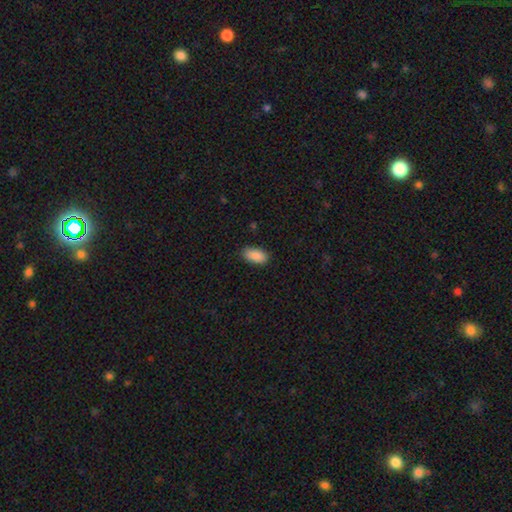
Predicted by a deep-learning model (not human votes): This is clearly a smooth galaxy (89%). How rounded: clearly in between (93%). Merging: clearly none (86%).